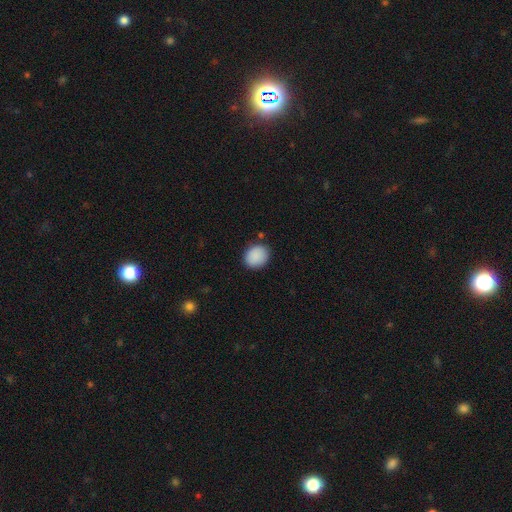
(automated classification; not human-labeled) The model was most divided on "how rounded": round: 65%, in between: 34%, cigar-shaped: 1%. More confident: smooth or featured — smooth (89%); merging — none (85%).